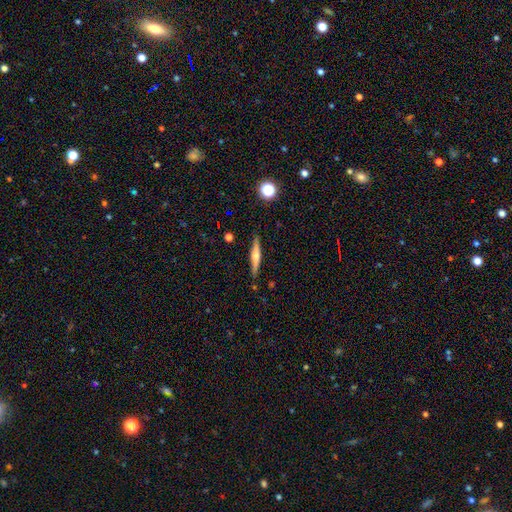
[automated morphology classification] featured or disk 62%, smooth 31%, star or artifact 7%. Down the decision tree: edge-on disk — yes (97%); edge-on bulge — rounded (86%); merging — none (88%).